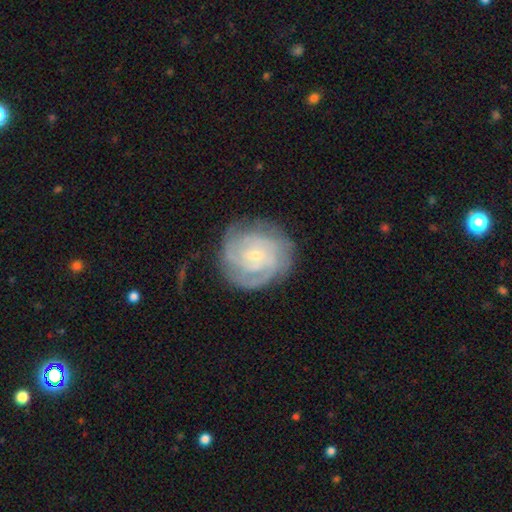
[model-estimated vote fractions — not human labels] Smooth or featured? featured or disk (80%)
Edge-on disk? no (98%)
Bar? no (64%)
Spiral arms? yes (94%)
Spiral winding? tight (76%)
Spiral arm count? can't tell (36%)
Bulge size? small (74%)
Merging? none (76%)